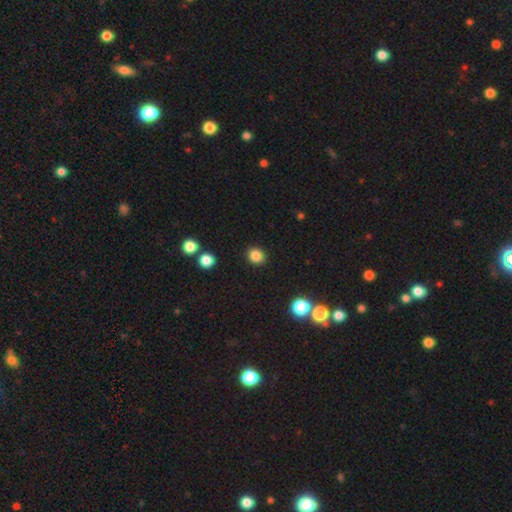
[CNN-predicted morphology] A smooth galaxy with no disk features (85%) that is round (77%). Merging: none (91%).